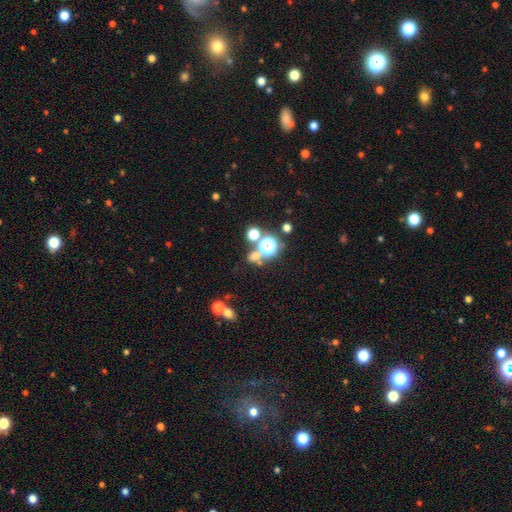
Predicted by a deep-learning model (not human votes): smooth-or-featured: smooth: 52% | star or artifact: 39% | featured or disk: 10%
  how-rounded: round: 78% | in between: 21% | cigar-shaped: 2%
  merging: none: 60% | merger: 25% | minor disturbance: 9% | major disturbance: 6%